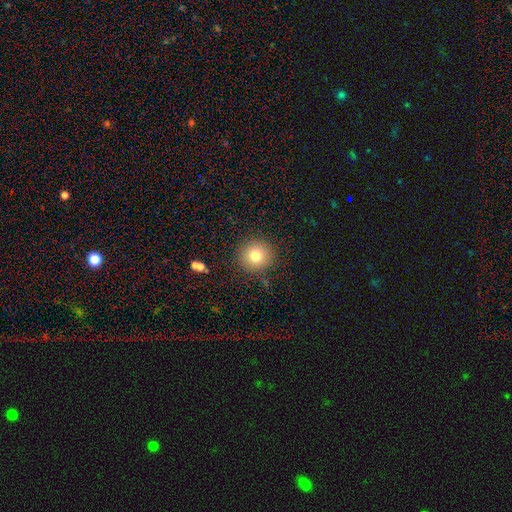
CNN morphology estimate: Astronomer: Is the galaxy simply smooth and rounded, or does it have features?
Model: smooth — 77%.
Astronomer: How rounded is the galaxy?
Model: round — 92%.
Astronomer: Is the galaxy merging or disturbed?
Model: none — 89%.